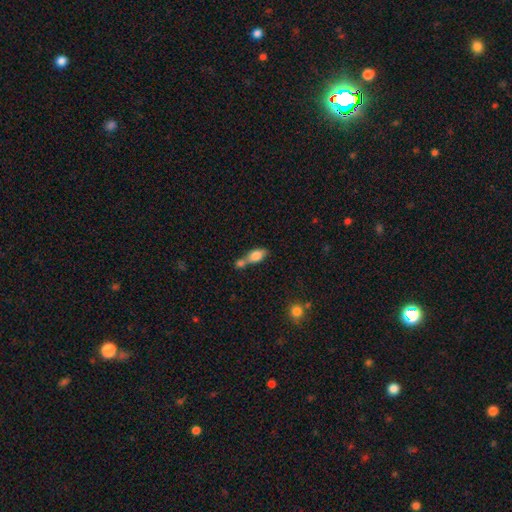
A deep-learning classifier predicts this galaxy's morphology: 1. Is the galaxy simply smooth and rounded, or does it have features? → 79% smooth, 14% featured or disk, 8% star or artifact.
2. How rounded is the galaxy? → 84% in between, 9% cigar-shaped, 8% round.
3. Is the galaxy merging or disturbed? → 53% merger, 31% none, 11% minor disturbance, 5% major disturbance.